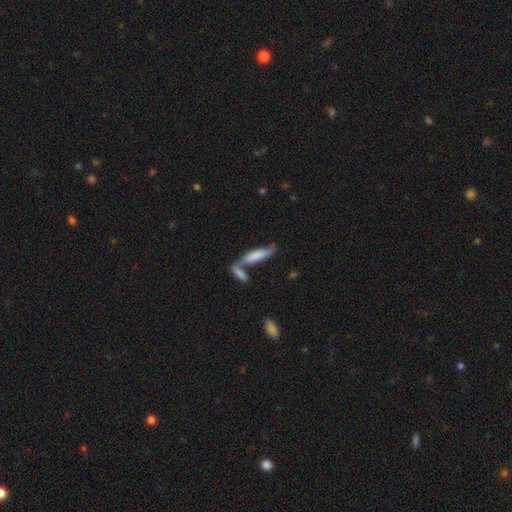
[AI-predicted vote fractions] A smooth galaxy with no disk features (65%) that is cigar-shaped (67%).

Vote fractions:
- Smooth or featured? smooth: 65% / featured or disk: 28% / star or artifact: 7%
- How rounded? cigar-shaped: 67% / in between: 31% / round: 2%
- Merging? merger: 41% / none: 39% / minor disturbance: 14% / major disturbance: 6%